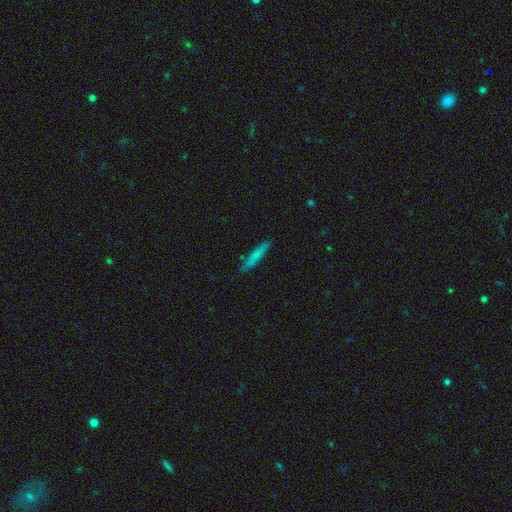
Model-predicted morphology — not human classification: This is likely a smooth galaxy (71%). How rounded: clearly cigar-shaped (93%). Merging: clearly none (87%).